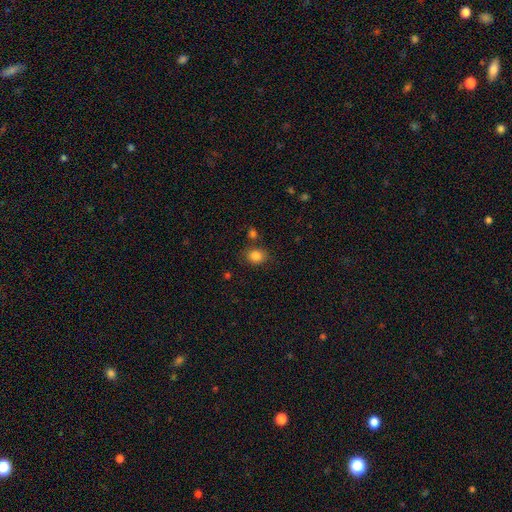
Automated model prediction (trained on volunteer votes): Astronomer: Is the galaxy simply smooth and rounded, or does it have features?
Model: smooth — 85%.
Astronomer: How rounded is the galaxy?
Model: round — 62% (runner-up: in between, 37%).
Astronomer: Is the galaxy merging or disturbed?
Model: none — 76%.